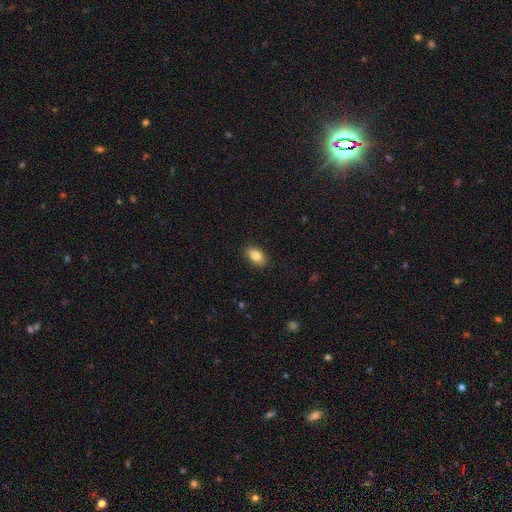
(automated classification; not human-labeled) Smooth or featured? smooth (85%)
How rounded? in between (91%)
Merging? none (89%)